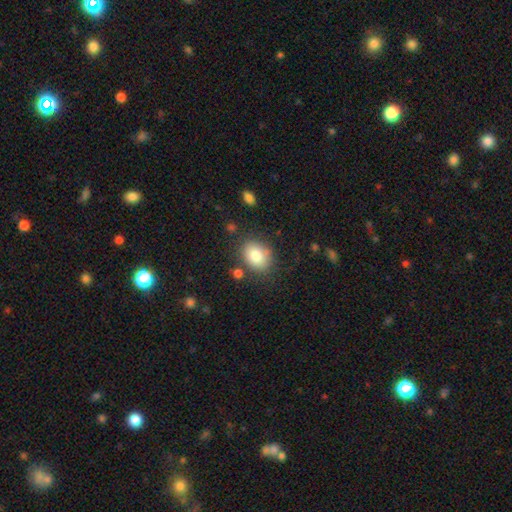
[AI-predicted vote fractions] A smooth galaxy with no disk features (81%) that is in between round and cigar-shaped (62%). Merging: none (78%).